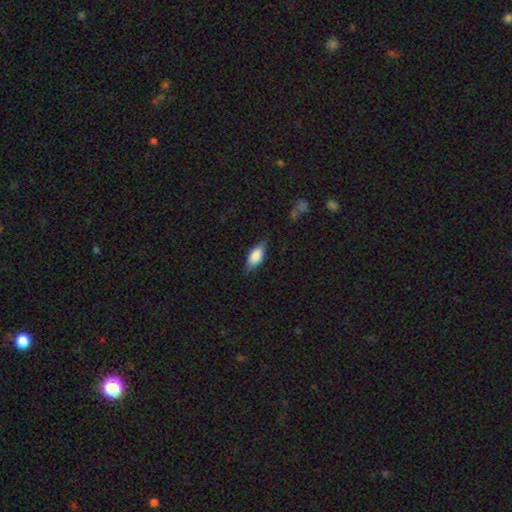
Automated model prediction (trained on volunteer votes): Morphology: type=smooth (79%); roundness=in between (81%); merging=none (78%).